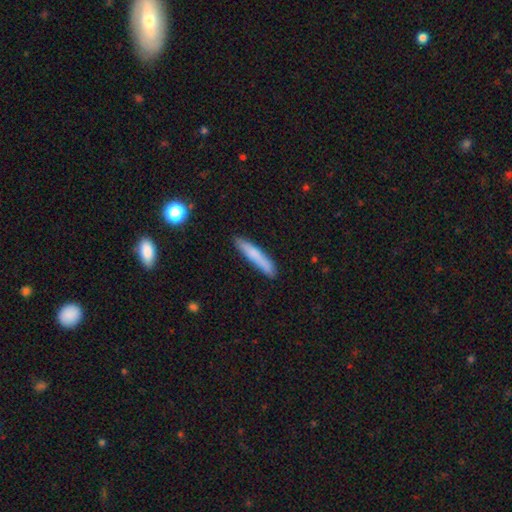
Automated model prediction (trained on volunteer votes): smooth 75%, featured or disk 19%, star or artifact 6%. Down the decision tree: how rounded — cigar-shaped (92%); merging — none (84%).